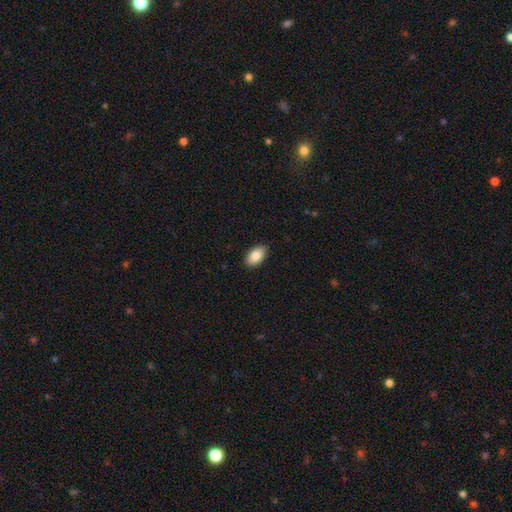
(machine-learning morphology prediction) Smooth or featured? Predicted: smooth (p=0.86). How rounded? Predicted: in between (p=0.94). Merging? Predicted: none (p=0.88).